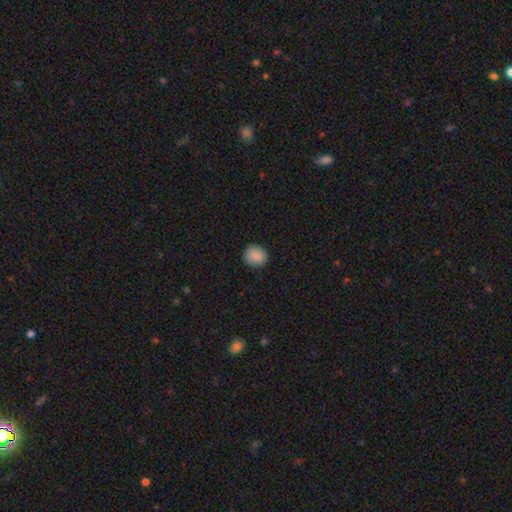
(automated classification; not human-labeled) smooth 88%, star or artifact 8%, featured or disk 4%. Down the decision tree: how rounded — round (89%); merging — none (89%).